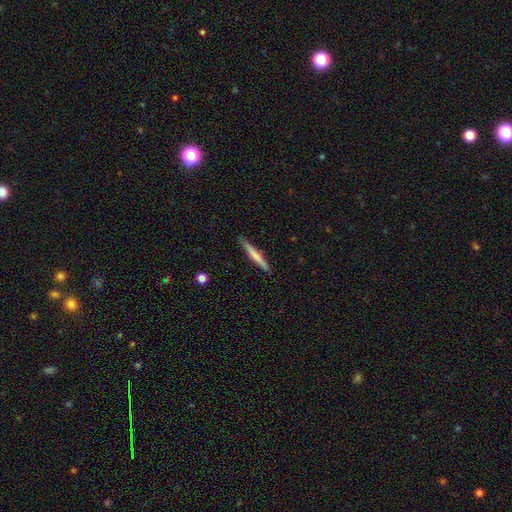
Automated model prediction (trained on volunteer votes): A smooth galaxy with no disk features (60%) that is cigar-shaped (95%).

Vote fractions:
- Smooth or featured? smooth: 60% / featured or disk: 34% / star or artifact: 5%
- How rounded? cigar-shaped: 95% / in between: 3% / round: 1%
- Merging? none: 88% / minor disturbance: 9% / major disturbance: 2% / merger: 1%